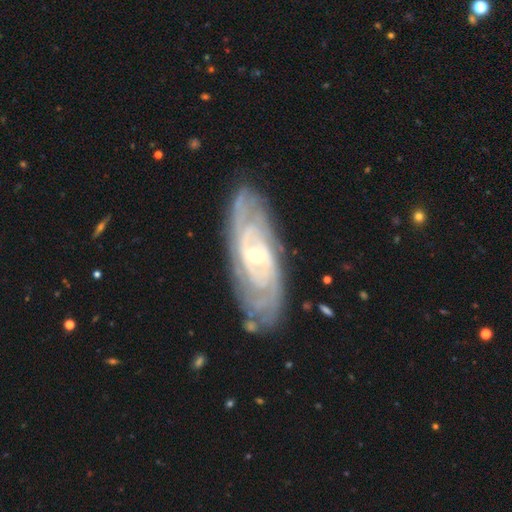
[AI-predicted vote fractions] This appears to be a featured or disk galaxy (86%) with a weak bar (47%), tight (70%) spiral arms (95%) and a small central bulge (64%). Merging: none (81%).